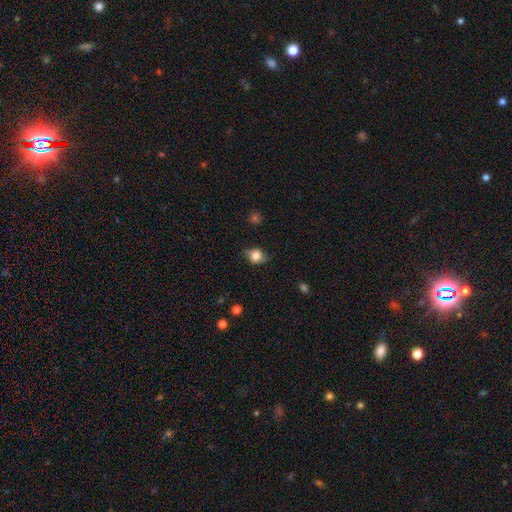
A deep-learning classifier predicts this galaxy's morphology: Smooth or featured? smooth (71%)
How rounded? round (52%)
Merging? none (70%)